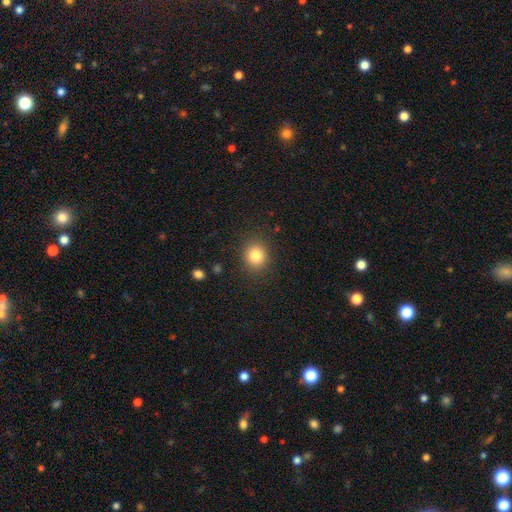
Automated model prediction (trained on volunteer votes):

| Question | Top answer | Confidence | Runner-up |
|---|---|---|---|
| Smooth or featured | smooth | 83% | star or artifact (11%) |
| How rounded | round | 81% | in between (18%) |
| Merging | none | 88% | minor disturbance (8%) |